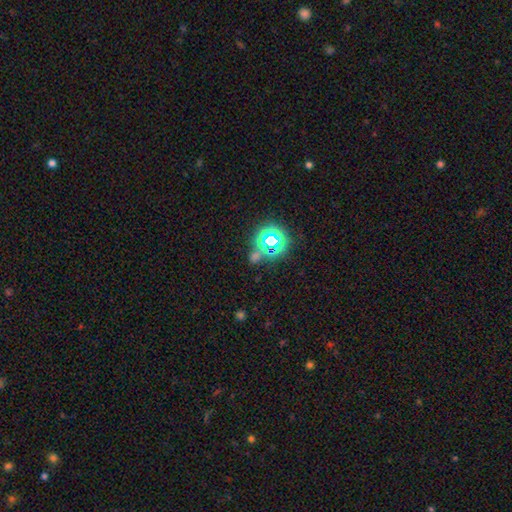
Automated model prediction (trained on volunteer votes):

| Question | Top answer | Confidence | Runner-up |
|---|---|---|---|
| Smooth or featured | star or artifact | 59% | smooth (33%) |